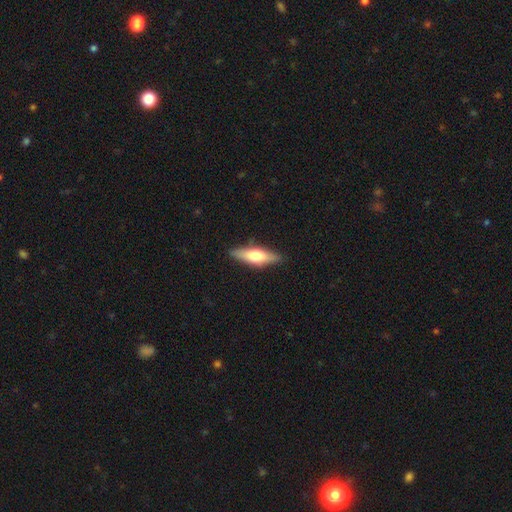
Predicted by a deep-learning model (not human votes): This appears to be a smooth galaxy with no disk features (52%) that is cigar-shaped (62%). Merging: none (86%).